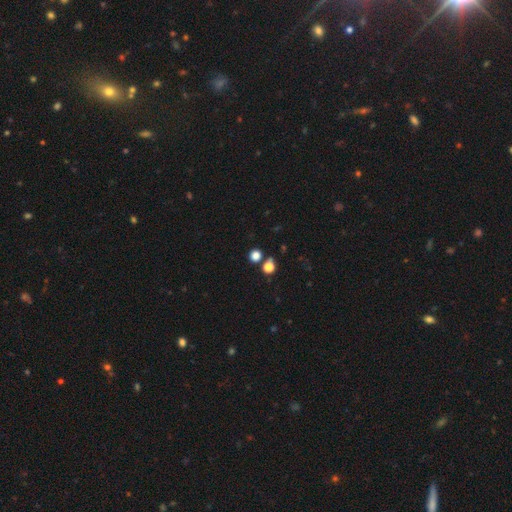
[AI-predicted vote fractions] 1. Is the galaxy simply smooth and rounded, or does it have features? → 78% smooth, 18% star or artifact, 5% featured or disk.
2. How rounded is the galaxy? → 88% round, 11% in between, 1% cigar-shaped.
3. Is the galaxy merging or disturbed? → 76% none, 14% merger, 7% minor disturbance, 3% major disturbance.